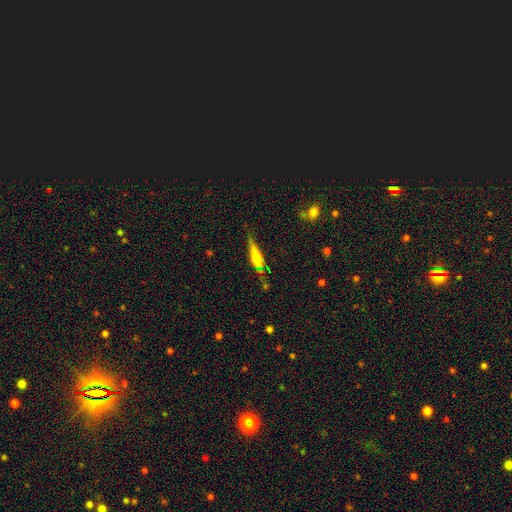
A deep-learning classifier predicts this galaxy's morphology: A smooth galaxy with no disk features (51%) that is cigar-shaped (70%). Merging: none (55%).